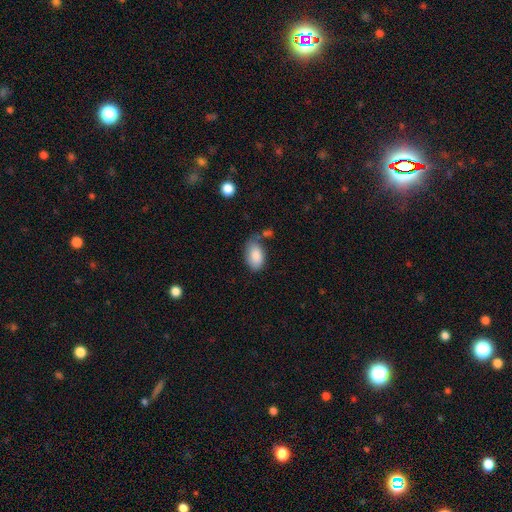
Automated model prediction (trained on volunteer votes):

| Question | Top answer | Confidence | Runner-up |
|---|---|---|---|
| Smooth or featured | smooth | 86% | featured or disk (7%) |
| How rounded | in between | 93% | round (5%) |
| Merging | none | 59% | minor disturbance (26%) |